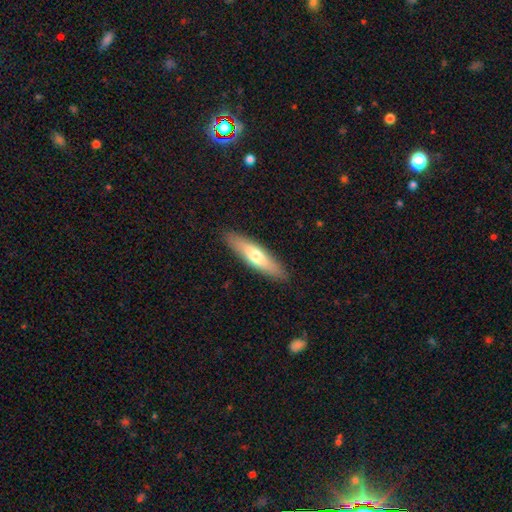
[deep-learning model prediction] Q: Smooth or featured?
A: smooth (61%); runner-up: featured or disk (34%)
Q: How rounded?
A: cigar-shaped (72%); runner-up: in between (27%)
Q: Merging?
A: none (89%); runner-up: minor disturbance (8%)